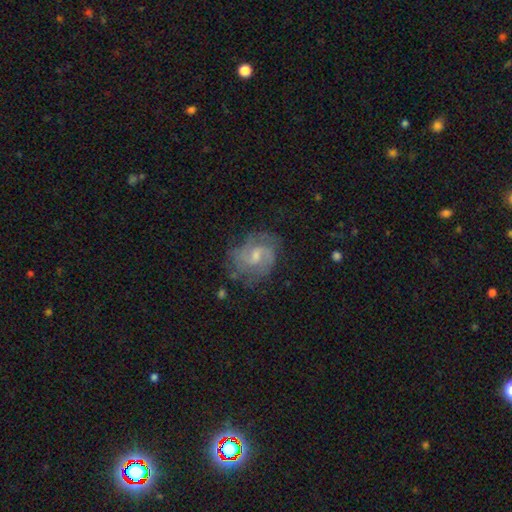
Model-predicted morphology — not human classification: The model was most divided on "bulge size": small: 45%, moderate: 43%, none: 8%, large: 3%, dominant: 1%. Remaining: edge-on disk — no (98%); spiral arms — yes (91%); smooth or featured — featured or disk (78%); spiral arm count — 2 (64%); merging — none (63%); bar — weak (59%); spiral winding — medium (49%).